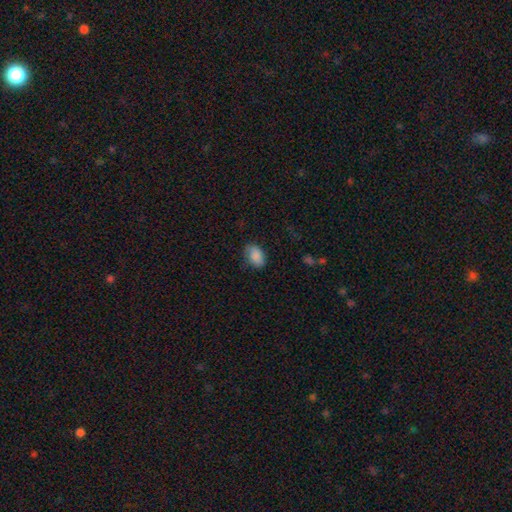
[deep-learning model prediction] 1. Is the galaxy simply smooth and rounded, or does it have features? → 86% smooth, 7% star or artifact, 6% featured or disk.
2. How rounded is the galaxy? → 87% in between, 11% round, 1% cigar-shaped.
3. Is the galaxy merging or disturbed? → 76% none, 19% minor disturbance, 4% major disturbance, 1% merger.